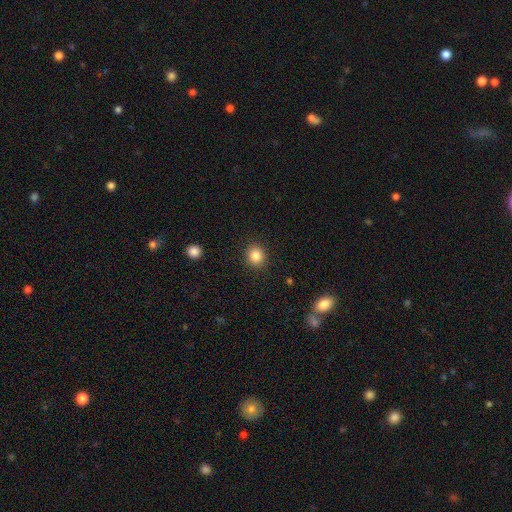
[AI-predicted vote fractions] This is clearly a smooth galaxy (86%). How rounded: clearly round (82%). Merging: clearly none (90%).